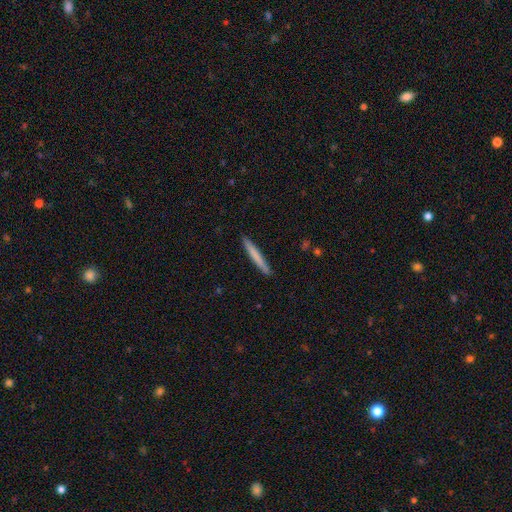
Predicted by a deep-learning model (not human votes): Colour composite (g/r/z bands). It shows a smooth galaxy with no disk features (72%) that is cigar-shaped (97%). Merging: none (91%).